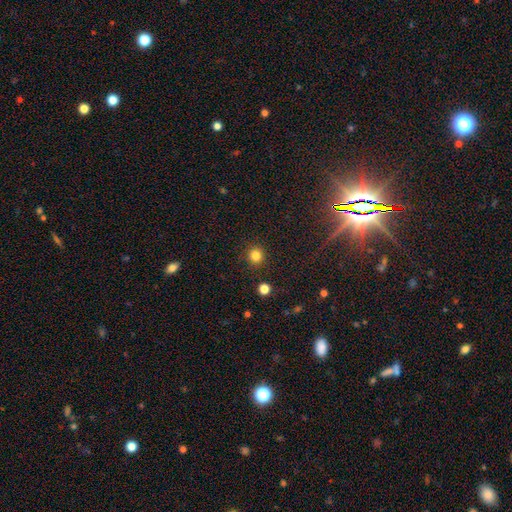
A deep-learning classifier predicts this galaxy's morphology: This appears to be a smooth galaxy with no disk features (82%) that is round (93%). Merging: none (91%).